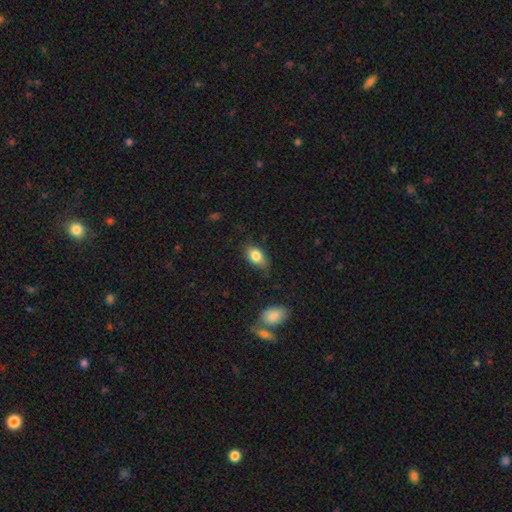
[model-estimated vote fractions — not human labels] This is clearly a smooth galaxy (81%). How rounded: clearly in between (86%). Merging: likely none (68%).